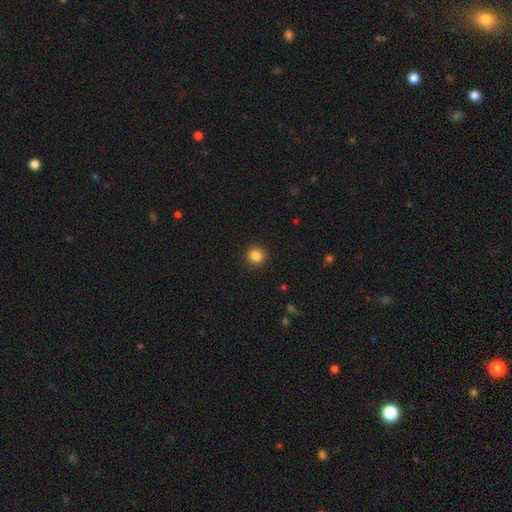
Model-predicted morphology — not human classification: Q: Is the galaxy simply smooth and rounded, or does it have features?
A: smooth — 85%.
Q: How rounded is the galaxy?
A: round — 93%.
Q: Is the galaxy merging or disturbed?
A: none — 92%.